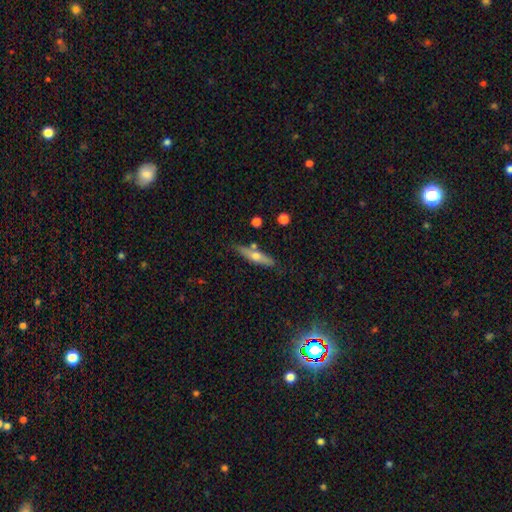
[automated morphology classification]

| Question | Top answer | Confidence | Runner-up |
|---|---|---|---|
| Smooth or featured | smooth | 51% | featured or disk (43%) |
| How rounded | cigar-shaped | 76% | in between (21%) |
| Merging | none | 76% | minor disturbance (14%) |